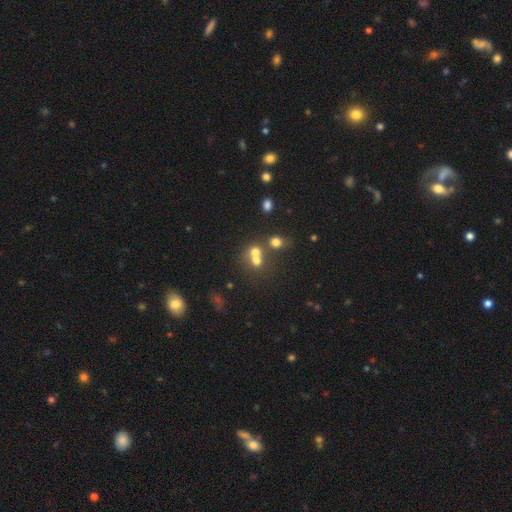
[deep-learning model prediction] Smooth or featured? smooth (63%)
How rounded? round (71%)
Merging? merger (58%)